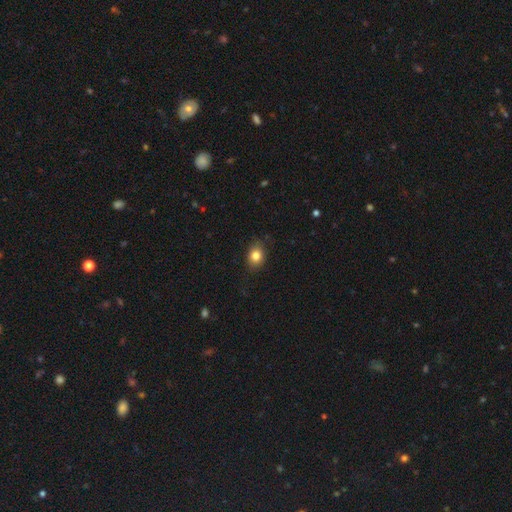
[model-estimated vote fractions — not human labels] Smooth or featured: smooth — 83% (star or artifact — 10%)
How rounded: in between — 56% (round — 43%)
Merging: none — 82% (minor disturbance — 14%)